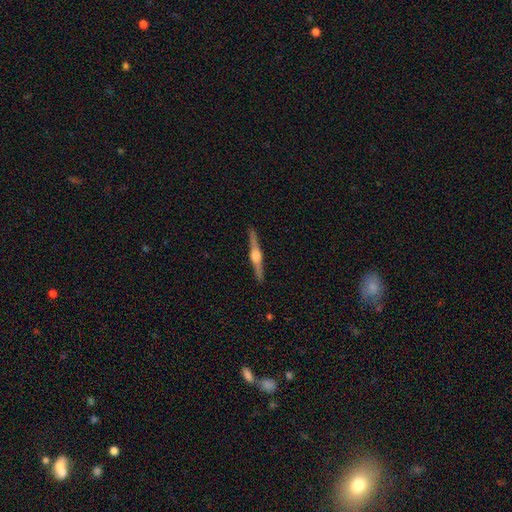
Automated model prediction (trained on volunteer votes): smooth_or_featured: featured or disk (p=0.82) [alt: smooth p=0.12]
disk_edge_on: yes (p=0.98) [alt: no p=0.02]
edge_on_bulge: rounded (p=0.93) [alt: boxy p=0.05]
merging: none (p=0.92) [alt: minor disturbance p=0.06]